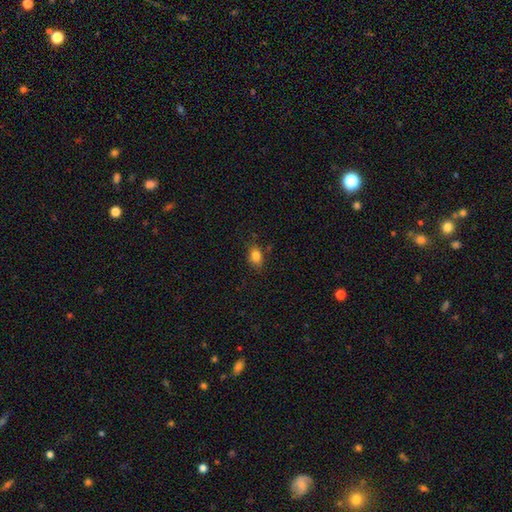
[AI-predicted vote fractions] Smooth or featured? smooth (83%)
How rounded? in between (64%)
Merging? none (80%)